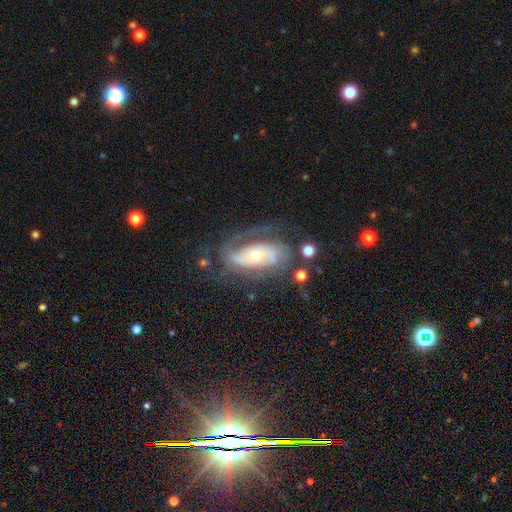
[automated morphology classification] smooth-or-featured: featured or disk: 80% | smooth: 14% | star or artifact: 6%
  disk-edge-on: no: 94% | yes: 6%
    bar: no: 60% | weak: 25% | strong: 15%
    has-spiral-arms: yes: 89% | no: 11%
      spiral-winding: tight: 42% | medium: 39% | loose: 19%
      spiral-arm-count: 2: 58% | can't tell: 20% | 1: 11% | 3: 7% | 4: 2% | more than 4: 2%
    bulge-size: small: 51% | moderate: 42% | large: 5% | dominant: 1% | none: 1%
  merging: none: 58% | minor disturbance: 20% | major disturbance: 19% | merger: 4%